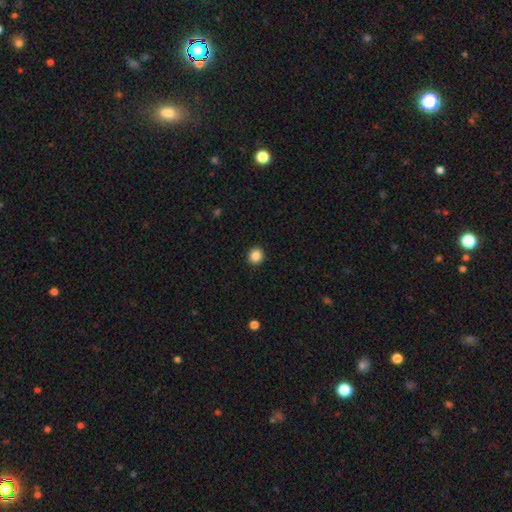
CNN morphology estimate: type=smooth (87%); roundness=round (90%); merging=none (93%).